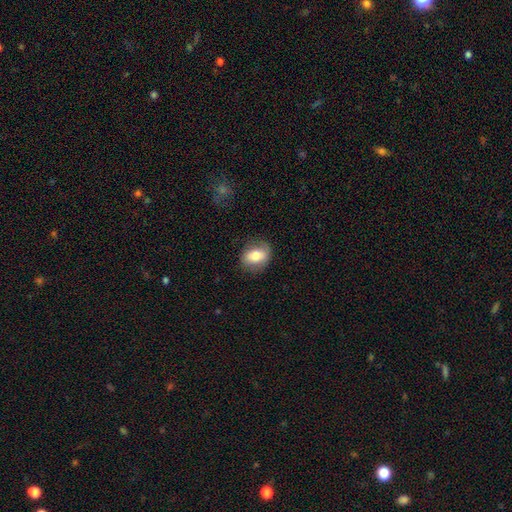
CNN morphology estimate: A smooth galaxy with no disk features (75%) that is in between round and cigar-shaped (67%). Merging: none (78%).